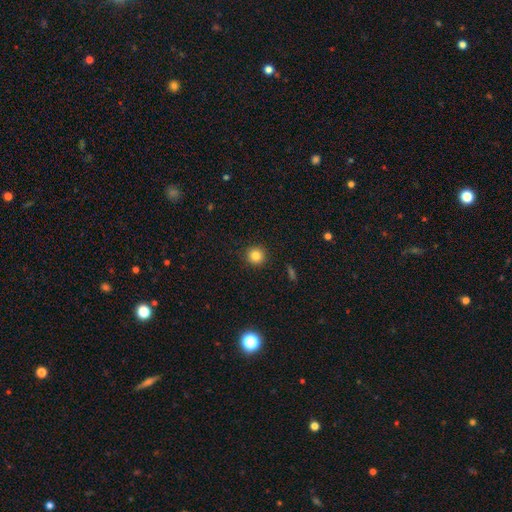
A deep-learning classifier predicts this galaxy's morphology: smooth-or-featured: smooth: 84% | star or artifact: 11% | featured or disk: 5%
  how-rounded: round: 93% | in between: 6% | cigar-shaped: 1%
  merging: none: 91% | minor disturbance: 6% | major disturbance: 2% | merger: 1%